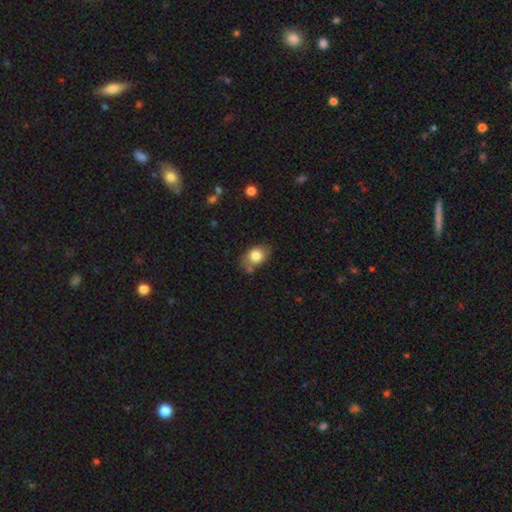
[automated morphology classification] This is likely a smooth galaxy (80%). How rounded: likely in between (77%). Merging: likely none (66%).